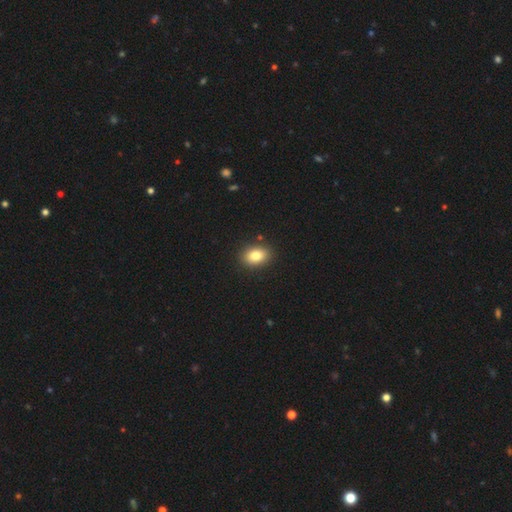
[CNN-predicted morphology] type=smooth (82%); roundness=in between (75%); merging=none (88%).